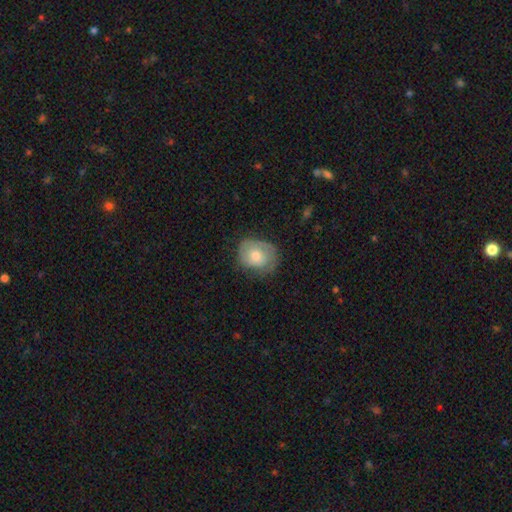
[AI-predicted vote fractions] A smooth galaxy with no disk features (53%) that is round (53%). Merging: none (59%).